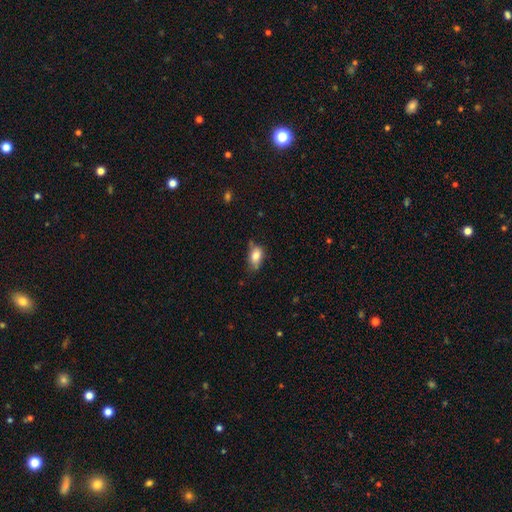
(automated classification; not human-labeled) Q: Smooth or featured?
A: smooth (79%); runner-up: featured or disk (12%)
Q: How rounded?
A: in between (85%); runner-up: round (12%)
Q: Merging?
A: none (51%); runner-up: minor disturbance (35%)